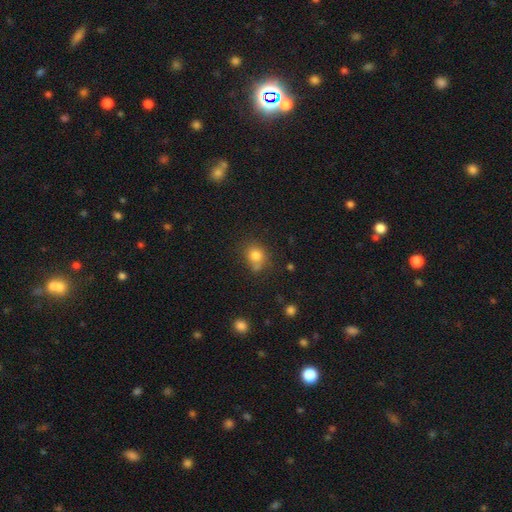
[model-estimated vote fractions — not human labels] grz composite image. It shows a smooth galaxy with no disk features (80%) that is round (66%). Merging: none (58%).